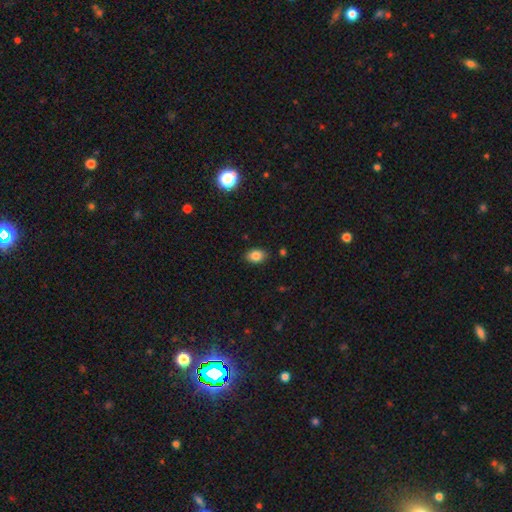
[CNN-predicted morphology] Overall: smooth (84%). How rounded: in between (80%). Merging: none (86%).